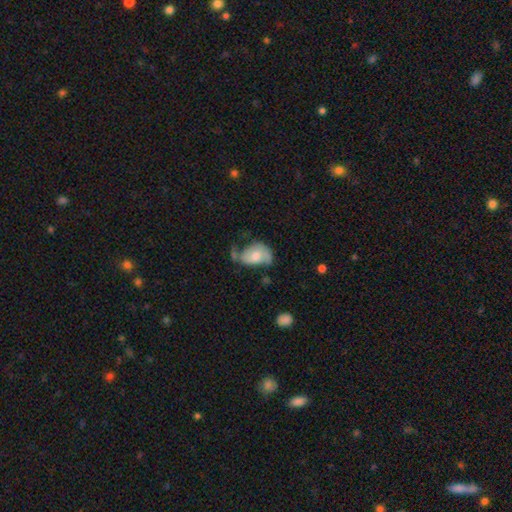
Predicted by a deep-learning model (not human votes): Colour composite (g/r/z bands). It shows a featured or disk galaxy (51%). Merging: none (31%).